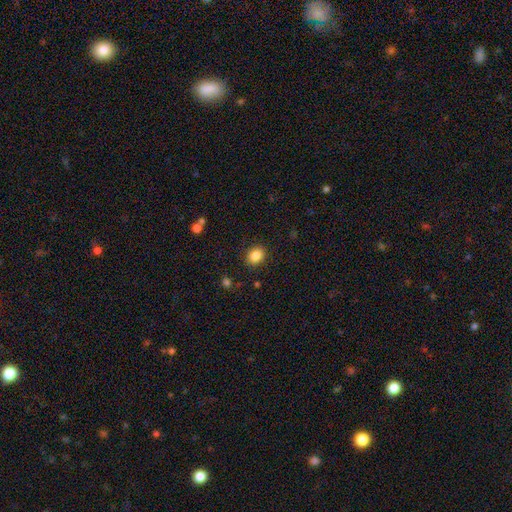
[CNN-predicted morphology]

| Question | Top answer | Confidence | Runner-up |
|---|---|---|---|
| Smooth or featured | smooth | 86% | star or artifact (9%) |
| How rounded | round | 50% | in between (49%) |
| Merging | none | 87% | minor disturbance (9%) |